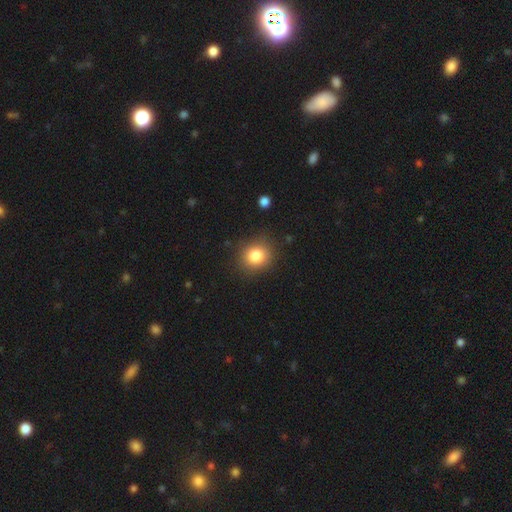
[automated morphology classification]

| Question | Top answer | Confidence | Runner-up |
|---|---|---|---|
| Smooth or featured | smooth | 82% | star or artifact (11%) |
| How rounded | round | 79% | in between (20%) |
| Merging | none | 86% | minor disturbance (9%) |